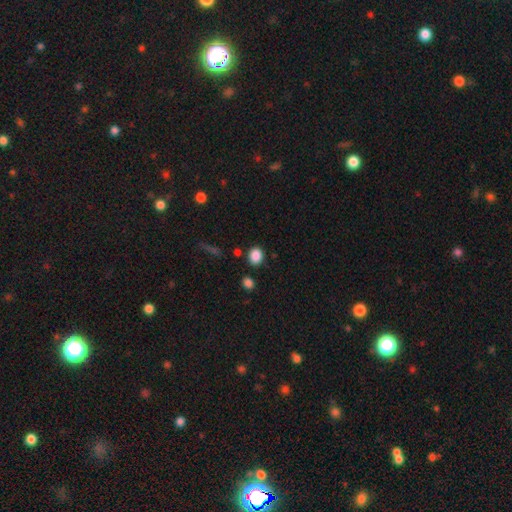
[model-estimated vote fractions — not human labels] Smooth or featured?
  - smooth: 87% *
  - star or artifact: 9%
  - featured or disk: 4%
How rounded?
  - round: 62% *
  - in between: 37%
  - cigar-shaped: 1%
Merging?
  - none: 84% *
  - minor disturbance: 9%
  - merger: 5%
  - major disturbance: 3%